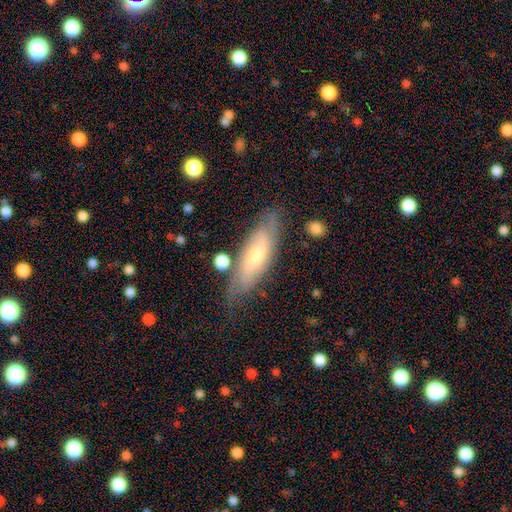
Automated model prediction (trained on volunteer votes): A featured or disk galaxy (58%).

Vote fractions:
- Smooth or featured? featured or disk: 58% / smooth: 36% / star or artifact: 7%
- Edge-on disk? no: 65% / yes: 35%
- Merging? none: 70% / minor disturbance: 20% / major disturbance: 6% / merger: 4%